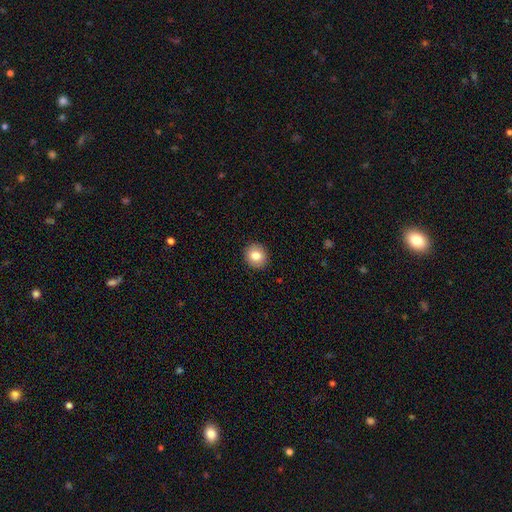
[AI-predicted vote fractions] A smooth galaxy with no disk features (82%) that is round (81%). Merging: none (91%).